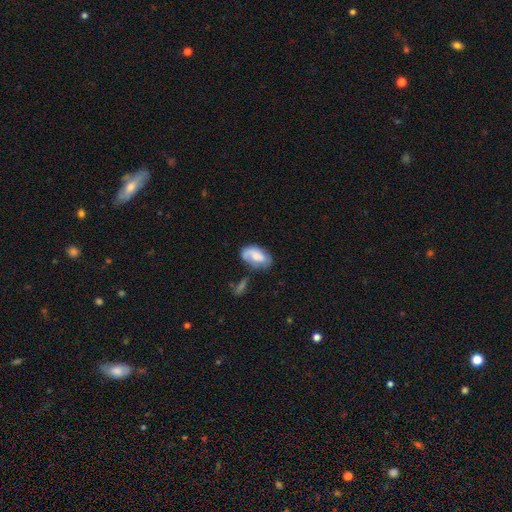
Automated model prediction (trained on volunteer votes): Smooth or featured: smooth — 60% (featured or disk — 32%)
How rounded: in between — 92% (round — 6%)
Merging: none — 47% (minor disturbance — 29%)